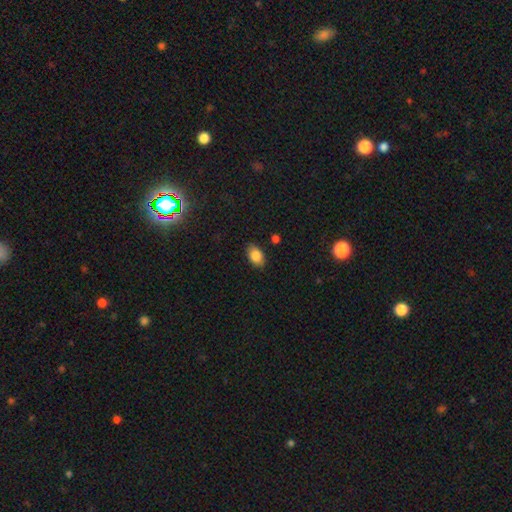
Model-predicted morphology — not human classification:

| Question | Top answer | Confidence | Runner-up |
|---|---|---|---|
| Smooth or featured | smooth | 83% | featured or disk (9%) |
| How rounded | in between | 87% | round (11%) |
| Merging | none | 84% | minor disturbance (12%) |